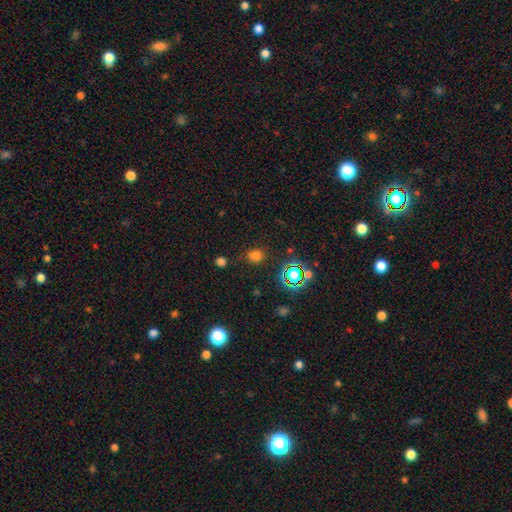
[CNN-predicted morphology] Smooth or featured?
  - smooth: 68% *
  - star or artifact: 26%
  - featured or disk: 6%
How rounded?
  - round: 69% *
  - in between: 30%
  - cigar-shaped: 1%
Merging?
  - none: 77% *
  - minor disturbance: 15%
  - major disturbance: 5%
  - merger: 3%